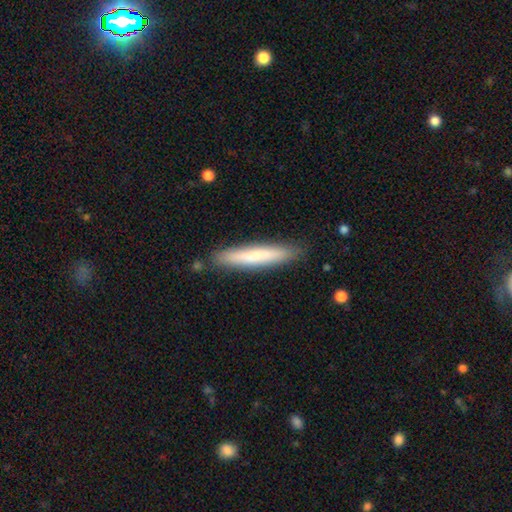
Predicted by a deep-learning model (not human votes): The model was most divided on "smooth or featured": smooth: 66%, featured or disk: 29%, star or artifact: 5%. More confident: how rounded — cigar-shaped (93%); merging — none (87%).